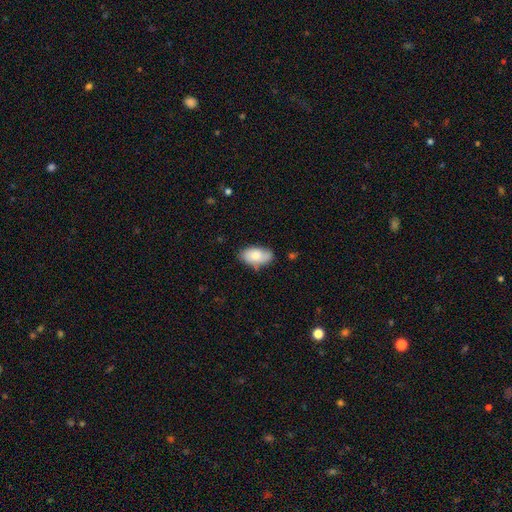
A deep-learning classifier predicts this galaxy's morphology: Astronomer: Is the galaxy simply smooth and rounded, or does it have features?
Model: smooth — 73%.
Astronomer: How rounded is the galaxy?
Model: in between — 93%.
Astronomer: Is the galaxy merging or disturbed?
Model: none — 63%.